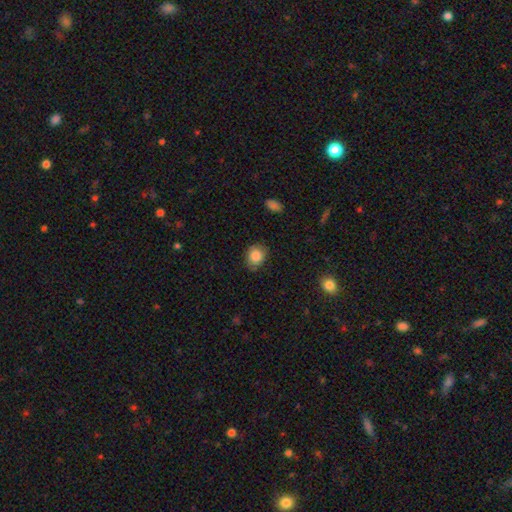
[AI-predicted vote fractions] smooth_or_featured: smooth (p=0.85) [alt: star or artifact p=0.08]
how_rounded: round (p=0.63) [alt: in between p=0.36]
merging: none (p=0.74) [alt: minor disturbance p=0.21]